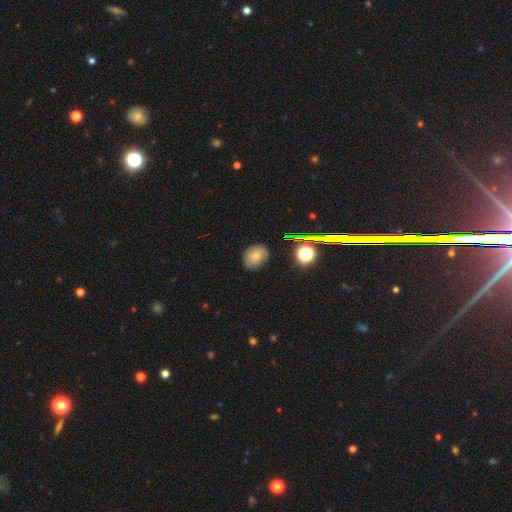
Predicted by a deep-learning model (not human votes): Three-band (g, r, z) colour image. It shows a smooth galaxy with no disk features (77%) that is in between round and cigar-shaped (53%). Merging: none (82%).